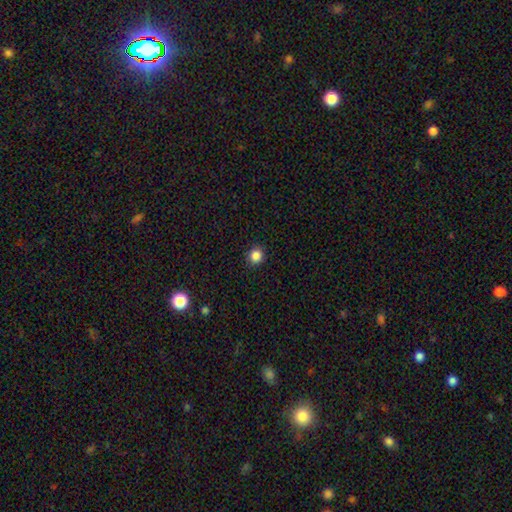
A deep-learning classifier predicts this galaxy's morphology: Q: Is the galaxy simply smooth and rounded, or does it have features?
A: smooth — 85%.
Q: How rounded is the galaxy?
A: round — 90%.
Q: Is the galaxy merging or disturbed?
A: none — 91%.